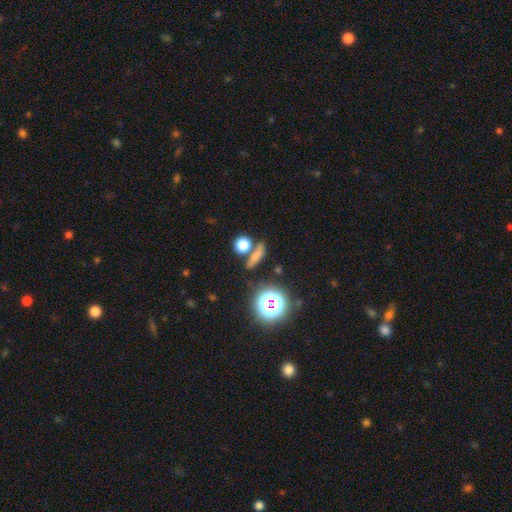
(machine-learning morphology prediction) The model was most divided on "how rounded": cigar-shaped: 49%, round: 28%, in between: 23%. More confident: merging — none (73%); smooth or featured — smooth (66%).